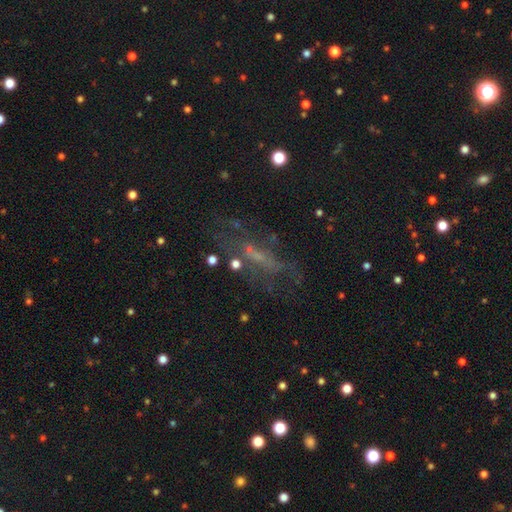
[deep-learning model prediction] Smooth or featured? Predicted: featured or disk (p=0.41). Merging? Predicted: none (p=0.57).